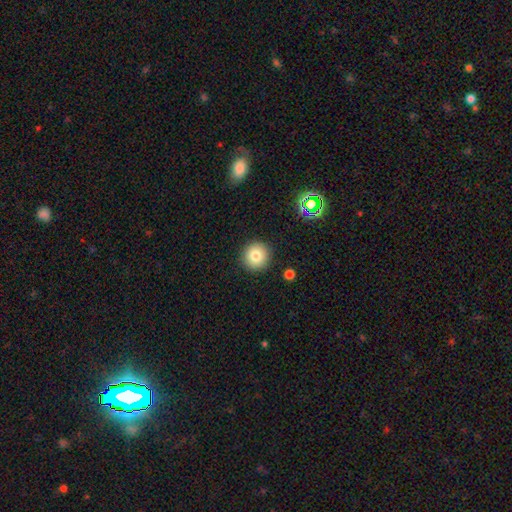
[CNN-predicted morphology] A smooth galaxy with no disk features (80%) that is round (95%).

Vote fractions:
- Smooth or featured? smooth: 80% / star or artifact: 11% / featured or disk: 9%
- How rounded? round: 95% / in between: 4% / cigar-shaped: 1%
- Merging? none: 91% / minor disturbance: 6% / major disturbance: 2% / merger: 1%